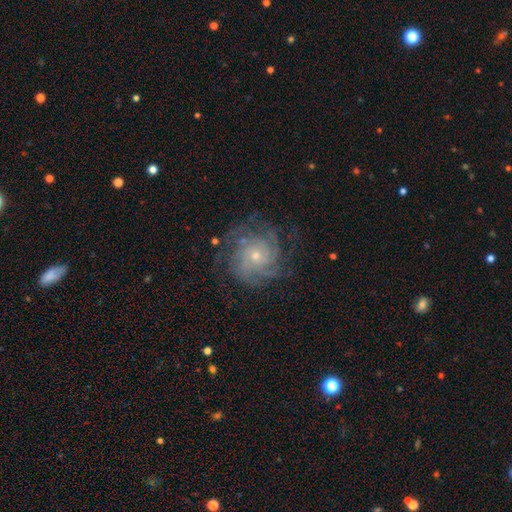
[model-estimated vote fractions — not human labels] Overall: featured or disk (81%). Edge-on disk: no (97%). Bar: no (79%). Spiral arms: yes (95%). Spiral arm count: can't tell (32%; 4 23%). Spiral winding: tight (63%; medium 29%). Bulge size: small (69%). Merging: none (73%).